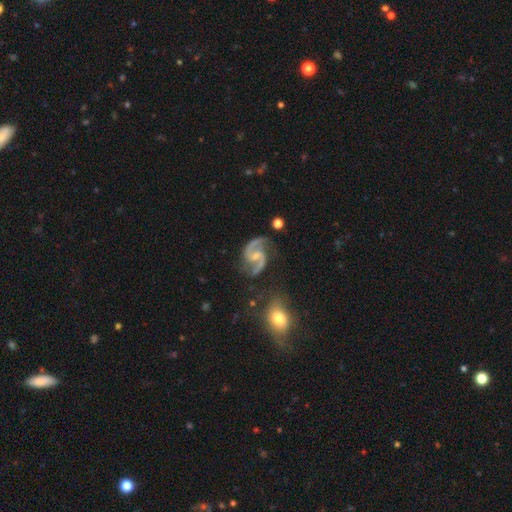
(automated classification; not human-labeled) Smooth or featured? featured or disk (92%)
Edge-on disk? no (98%)
Bar? weak (49%)
Spiral arms? yes (98%)
Spiral winding? medium (59%)
Spiral arm count? 2 (94%)
Bulge size? small (59%)
Merging? none (71%)